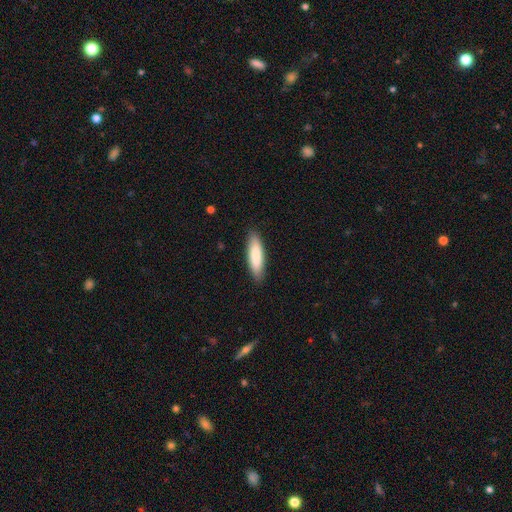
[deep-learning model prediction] The model was most divided on "how rounded": cigar-shaped: 62%, in between: 37%, round: 1%. More confident: merging — none (88%); smooth or featured — smooth (84%).